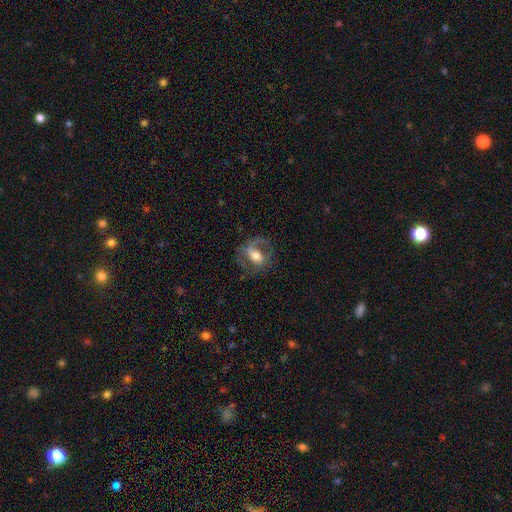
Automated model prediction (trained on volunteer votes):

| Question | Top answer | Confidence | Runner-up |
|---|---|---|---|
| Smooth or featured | featured or disk | 69% | smooth (23%) |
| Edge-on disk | no | 95% | yes (5%) |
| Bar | weak | 40% | strong (33%) |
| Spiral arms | yes | 83% | no (17%) |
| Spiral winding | medium | 49% | loose (31%) |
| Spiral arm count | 2 | 66% | 1 (24%) |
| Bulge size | moderate | 64% | small (16%) |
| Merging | none | 61% | minor disturbance (19%) |